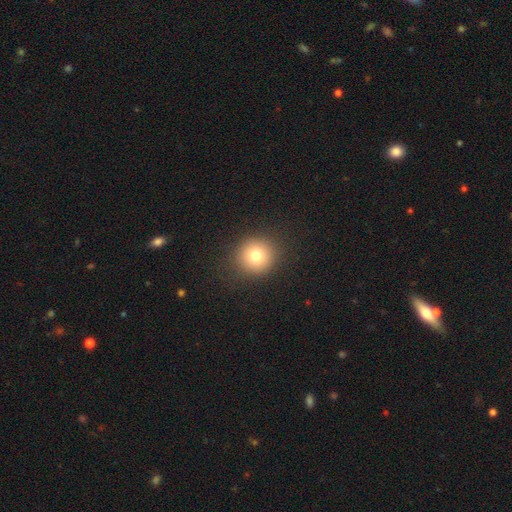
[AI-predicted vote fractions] Smooth or featured? Predicted: smooth (p=0.77). How rounded? Predicted: round (p=0.92). Merging? Predicted: none (p=0.90).